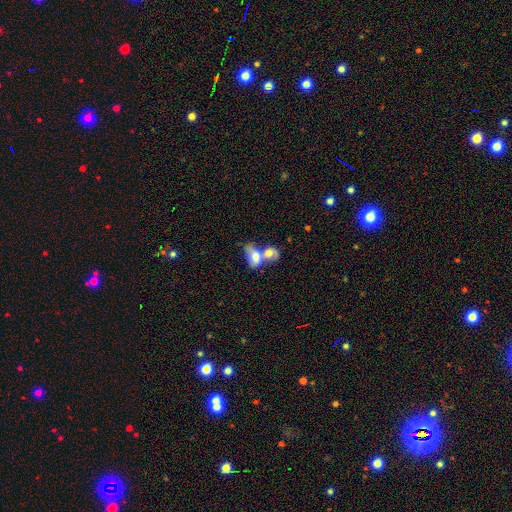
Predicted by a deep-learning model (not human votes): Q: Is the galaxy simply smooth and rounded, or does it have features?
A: smooth — 66%.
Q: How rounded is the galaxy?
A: in between — 81%.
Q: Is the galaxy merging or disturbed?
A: merger — 81%.